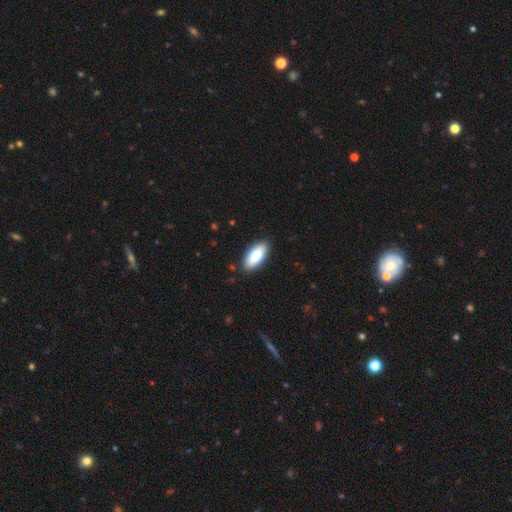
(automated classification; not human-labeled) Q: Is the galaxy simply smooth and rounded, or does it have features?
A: smooth — 80%.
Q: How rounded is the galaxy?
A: in between — 89%.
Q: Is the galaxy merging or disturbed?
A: none — 89%.